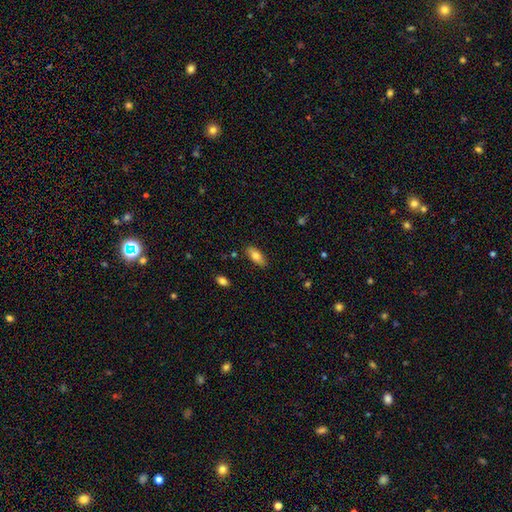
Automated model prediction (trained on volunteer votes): Overall: smooth (76%). How rounded: in between (77%). Merging: none (85%).